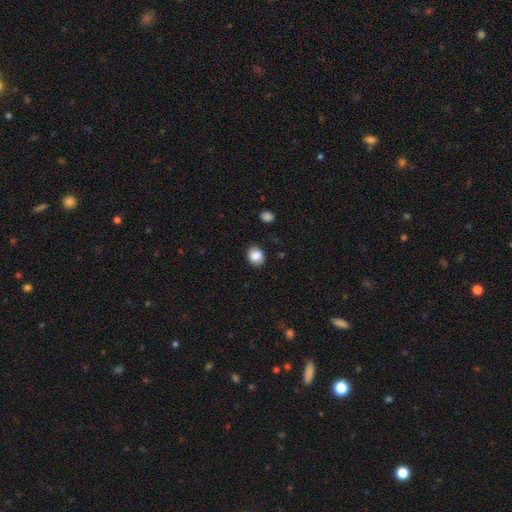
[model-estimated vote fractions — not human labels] Smooth or featured? smooth (86%)
How rounded? round (56%)
Merging? none (83%)